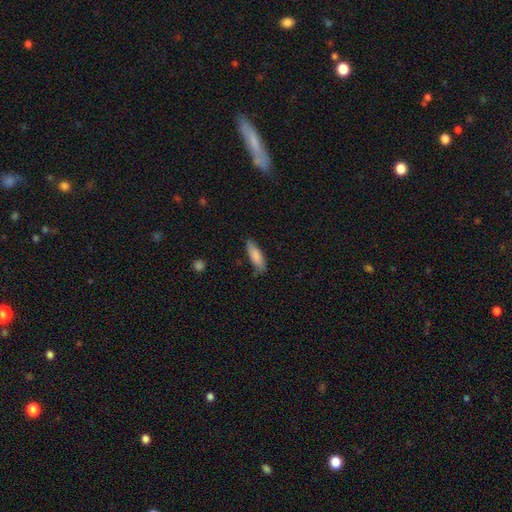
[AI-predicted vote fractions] A smooth galaxy with no disk features (85%) that is in between round and cigar-shaped (50%).

Vote fractions:
- Smooth or featured? smooth: 85% / featured or disk: 10% / star or artifact: 6%
- How rounded? in between: 50% / cigar-shaped: 48% / round: 2%
- Merging? none: 81% / minor disturbance: 15% / major disturbance: 3% / merger: 1%